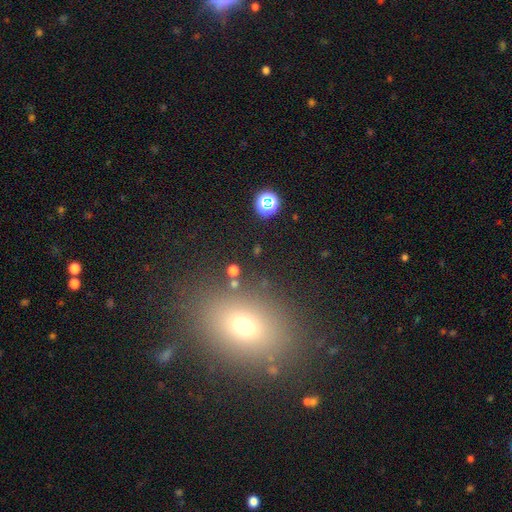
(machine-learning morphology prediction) A smooth galaxy with no disk features (65%) that is in between round and cigar-shaped (69%).

Vote fractions:
- Smooth or featured? smooth: 65% / star or artifact: 22% / featured or disk: 13%
- How rounded? in between: 69% / round: 29% / cigar-shaped: 2%
- Merging? none: 84% / minor disturbance: 9% / major disturbance: 4% / merger: 3%